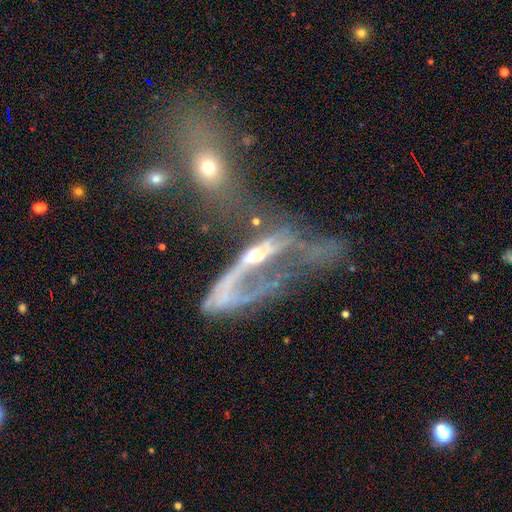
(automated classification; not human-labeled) Q: Smooth or featured?
A: featured or disk (69%); runner-up: smooth (18%)
Q: Edge-on disk?
A: no (77%); runner-up: yes (23%)
Q: Bar?
A: no (65%); runner-up: weak (21%)
Q: Spiral arms?
A: no (54%); runner-up: yes (46%)
Q: Bulge size?
A: moderate (48%); runner-up: small (28%)
Q: Merging?
A: major disturbance (43%); runner-up: merger (38%)